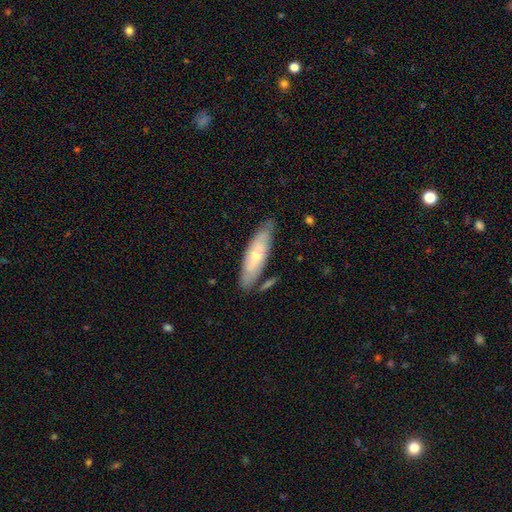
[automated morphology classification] This appears to be a featured or disk galaxy (49%). Merging: none (75%).